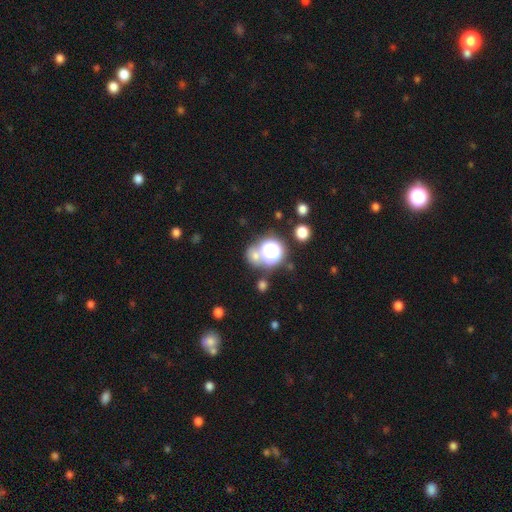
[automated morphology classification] smooth-or-featured: smooth: 55% | star or artifact: 34% | featured or disk: 12%
  how-rounded: round: 75% | in between: 23% | cigar-shaped: 1%
  merging: none: 57% | merger: 24% | minor disturbance: 11% | major disturbance: 7%